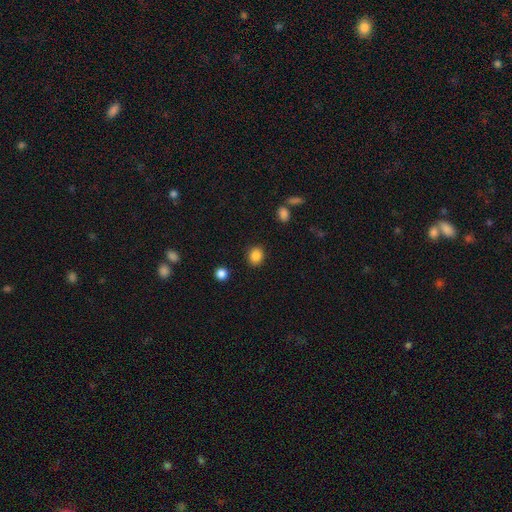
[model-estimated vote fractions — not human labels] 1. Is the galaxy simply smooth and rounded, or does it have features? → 86% smooth, 10% star or artifact, 4% featured or disk.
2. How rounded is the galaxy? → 71% round, 28% in between, 1% cigar-shaped.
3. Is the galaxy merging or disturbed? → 89% none, 7% minor disturbance, 2% major disturbance, 2% merger.